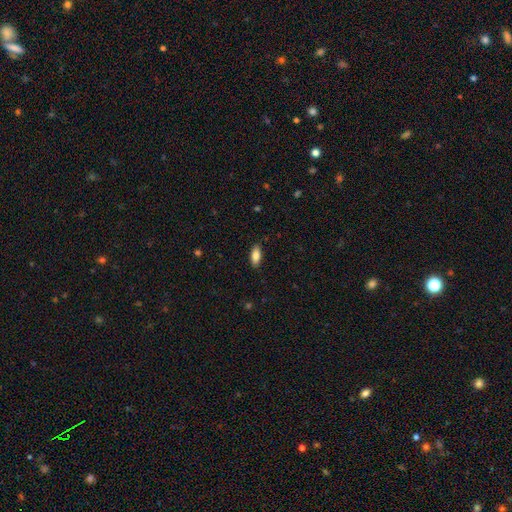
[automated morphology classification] A smooth galaxy with no disk features (83%) that is in between round and cigar-shaped (81%). Merging: none (87%).